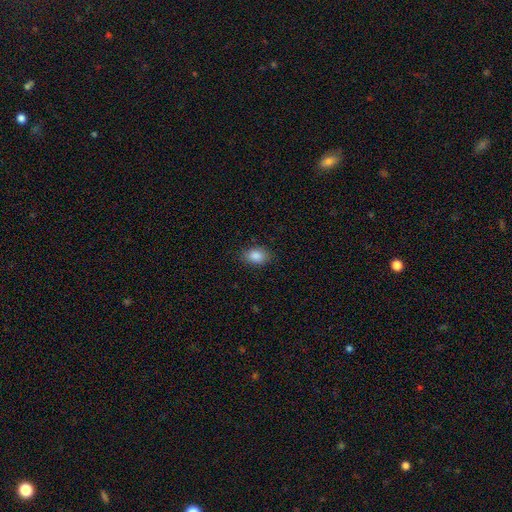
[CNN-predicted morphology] smooth-or-featured: smooth: 87% | star or artifact: 8% | featured or disk: 5%
  how-rounded: in between: 81% | round: 18% | cigar-shaped: 1%
  merging: none: 85% | minor disturbance: 11% | major disturbance: 3% | merger: 1%